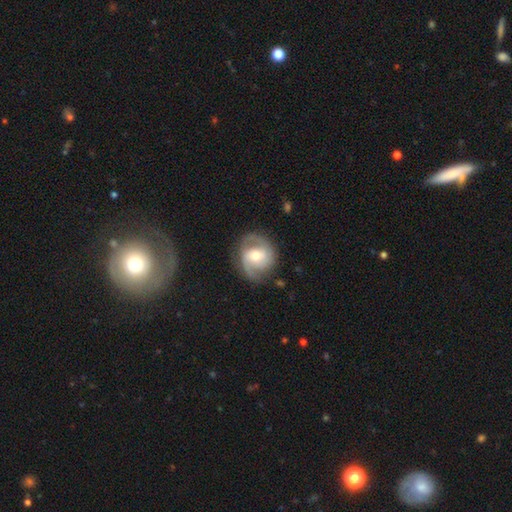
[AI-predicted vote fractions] This appears to be a featured or disk galaxy (77%) with no bar (44%), 2 (80%) medium (50%) spiral arms (92%) and a moderate central bulge (68%). Merging: none (76%).